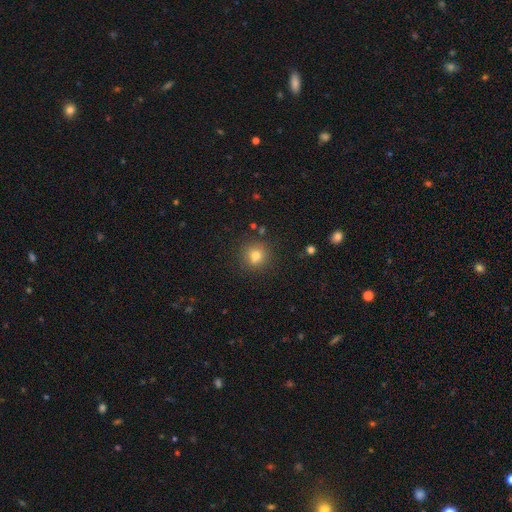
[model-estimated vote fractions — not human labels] The model was most divided on "smooth or featured": smooth: 76%, star or artifact: 15%, featured or disk: 9%. More confident: how rounded — round (91%); merging — none (85%).